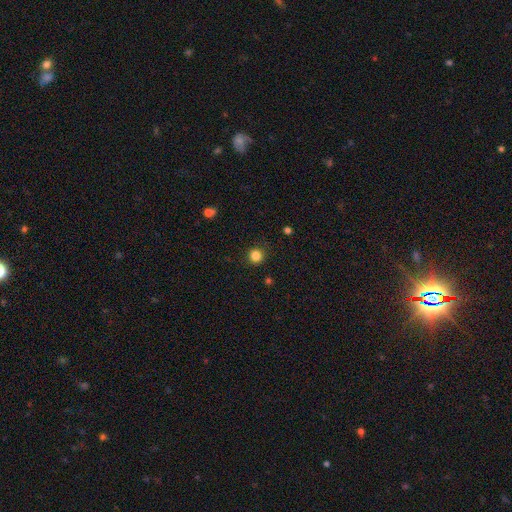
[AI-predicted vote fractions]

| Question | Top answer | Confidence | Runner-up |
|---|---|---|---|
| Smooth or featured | smooth | 84% | star or artifact (12%) |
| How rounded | round | 94% | in between (5%) |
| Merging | none | 90% | minor disturbance (6%) |